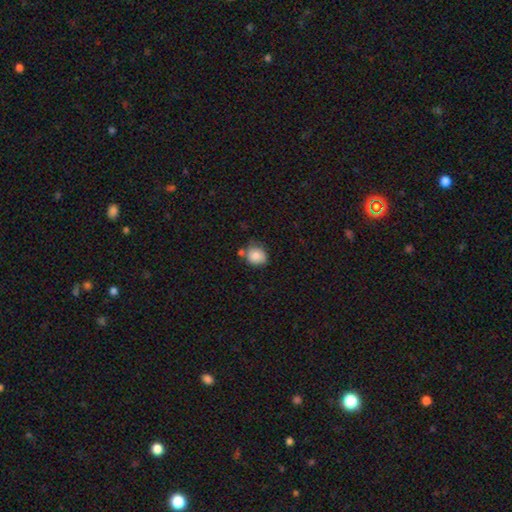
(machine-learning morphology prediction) Smooth or featured?
  - smooth: 83% *
  - star or artifact: 9%
  - featured or disk: 8%
How rounded?
  - round: 71% *
  - in between: 28%
  - cigar-shaped: 1%
Merging?
  - none: 61% *
  - minor disturbance: 22%
  - merger: 12%
  - major disturbance: 5%